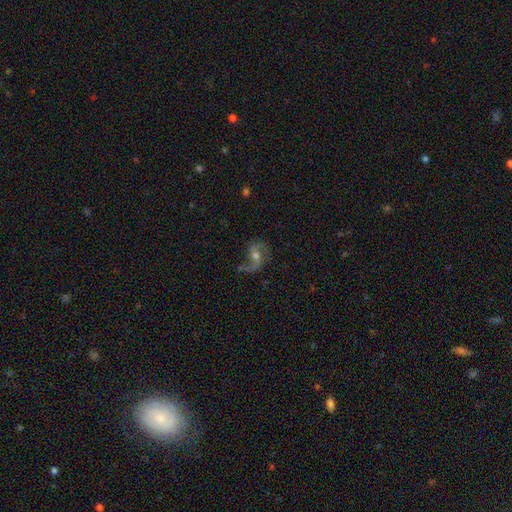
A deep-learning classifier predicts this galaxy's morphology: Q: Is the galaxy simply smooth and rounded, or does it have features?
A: featured or disk — 82%.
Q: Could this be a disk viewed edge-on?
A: no — 97%.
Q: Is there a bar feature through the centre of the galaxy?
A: no — 42%, tied with weak.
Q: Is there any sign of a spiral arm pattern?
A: yes — 94%.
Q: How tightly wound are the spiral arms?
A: loose — 65%.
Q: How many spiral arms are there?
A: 2 — 83%.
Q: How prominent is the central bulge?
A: moderate — 62%.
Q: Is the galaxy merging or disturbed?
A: none — 62%.